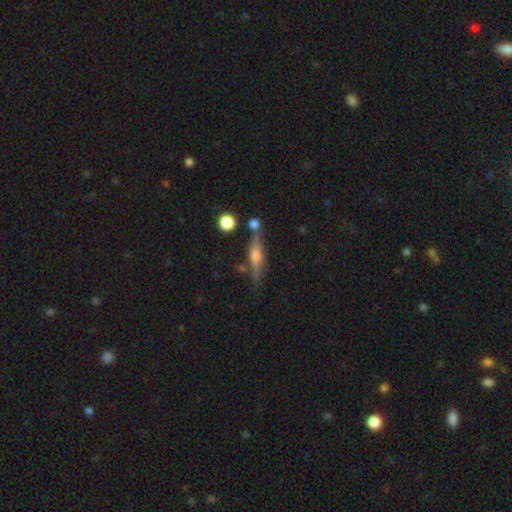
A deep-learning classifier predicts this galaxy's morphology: Q: Smooth or featured?
A: featured or disk (68%); runner-up: smooth (23%)
Q: Edge-on disk?
A: yes (95%); runner-up: no (5%)
Q: Edge-on bulge?
A: rounded (87%); runner-up: boxy (8%)
Q: Merging?
A: none (76%); runner-up: minor disturbance (13%)